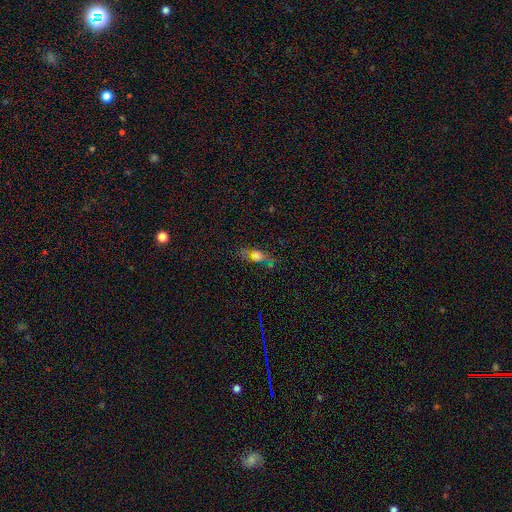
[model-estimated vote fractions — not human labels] smooth 51%, featured or disk 25%, star or artifact 24%. Down the decision tree: how rounded — in between (64%); merging — none (58%).